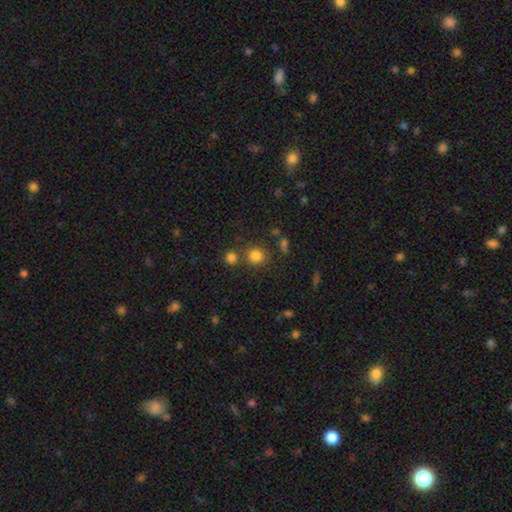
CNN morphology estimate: Smooth or featured: smooth — 80% (star or artifact — 14%)
How rounded: round — 89% (in between — 10%)
Merging: none — 74% (merger — 14%)